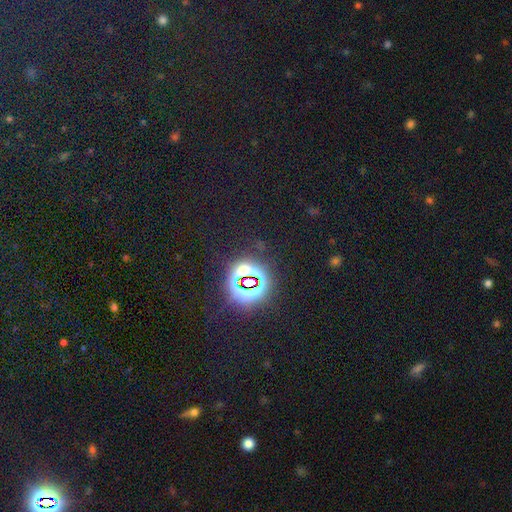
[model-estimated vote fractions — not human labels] Smooth or featured? Predicted: star or artifact (p=0.80).